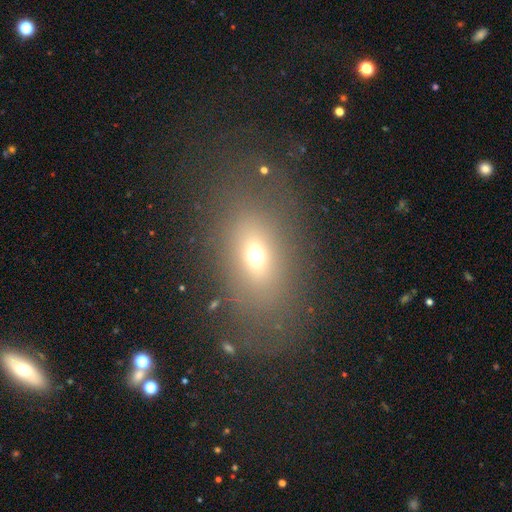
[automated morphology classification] This is likely a smooth galaxy (63%). How rounded: likely in between (75%). Merging: likely none (69%).